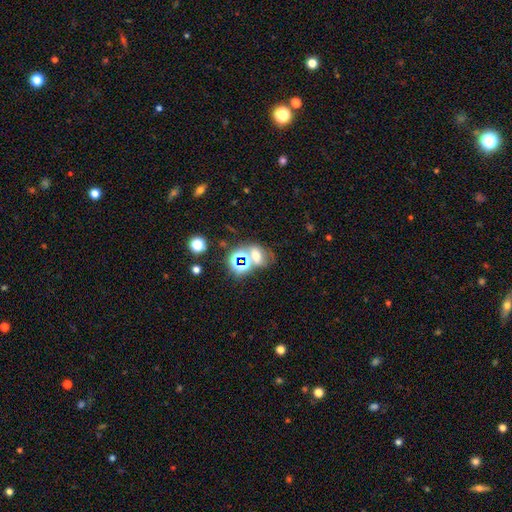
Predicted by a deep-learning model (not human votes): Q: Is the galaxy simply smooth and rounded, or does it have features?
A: smooth — 41%.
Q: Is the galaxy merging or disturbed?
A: none — 43%.